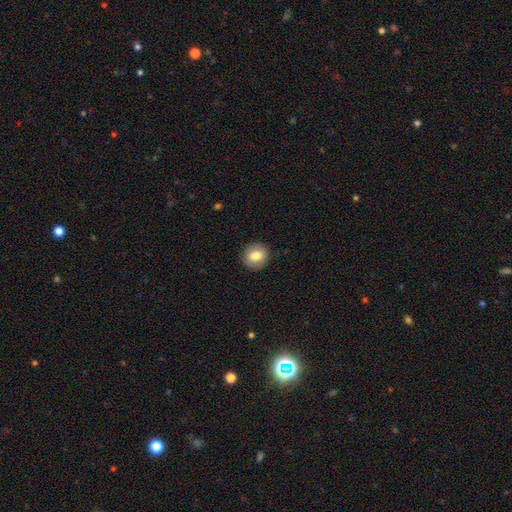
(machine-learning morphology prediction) smooth_or_featured: smooth (p=0.80) [alt: featured or disk p=0.12]
how_rounded: round (p=0.83) [alt: in between p=0.16]
merging: none (p=0.90) [alt: minor disturbance p=0.07]